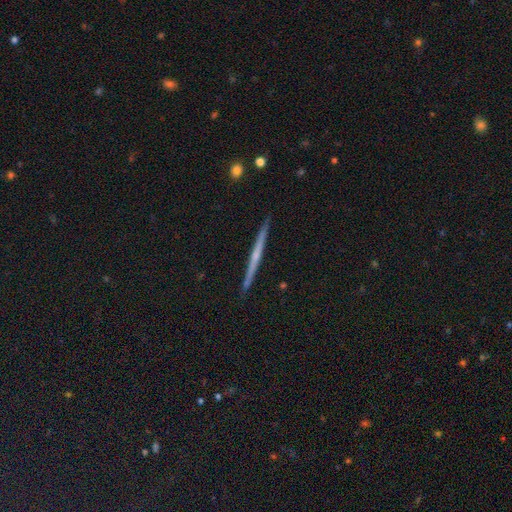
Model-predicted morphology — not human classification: smooth_or_featured: featured or disk (p=0.71) [alt: smooth p=0.23]
disk_edge_on: yes (p=0.98) [alt: no p=0.02]
edge_on_bulge: none (p=0.56) [alt: rounded p=0.38]
merging: none (p=0.92) [alt: minor disturbance p=0.06]